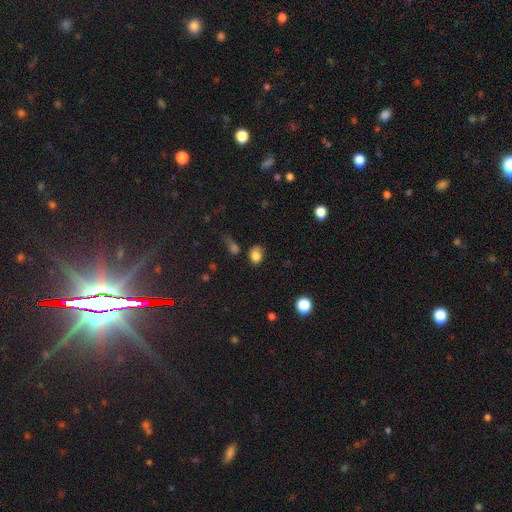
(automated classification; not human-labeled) smooth 82%, star or artifact 11%, featured or disk 7%. Down the decision tree: how rounded — in between (61%); merging — none (66%).